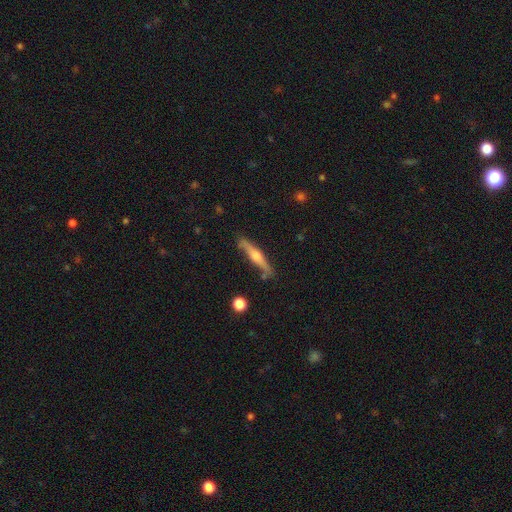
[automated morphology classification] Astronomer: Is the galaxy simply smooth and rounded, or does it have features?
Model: featured or disk — 63%.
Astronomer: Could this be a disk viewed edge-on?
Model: yes — 94%.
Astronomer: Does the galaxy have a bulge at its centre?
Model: rounded — 82%.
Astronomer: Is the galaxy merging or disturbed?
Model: none — 83%.